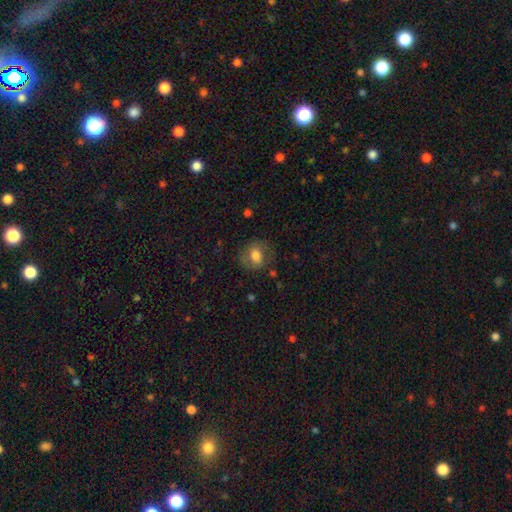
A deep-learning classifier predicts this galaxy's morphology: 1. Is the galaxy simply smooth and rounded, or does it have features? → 64% smooth, 28% featured or disk, 9% star or artifact.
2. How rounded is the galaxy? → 55% round, 44% in between, 1% cigar-shaped.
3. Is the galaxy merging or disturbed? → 70% none, 19% minor disturbance, 10% major disturbance, 2% merger.